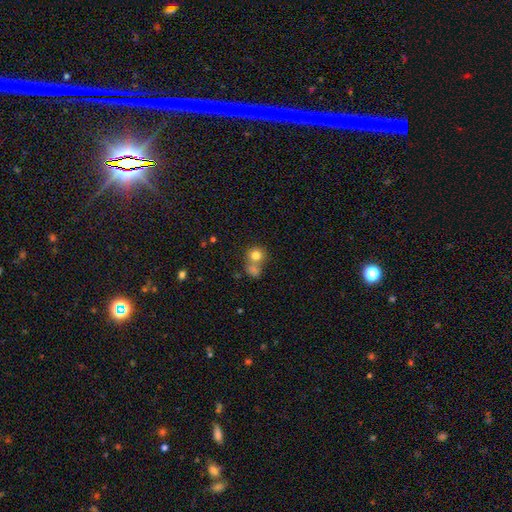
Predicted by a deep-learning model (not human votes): Q: Smooth or featured?
A: smooth (79%); runner-up: star or artifact (11%)
Q: How rounded?
A: round (86%); runner-up: in between (13%)
Q: Merging?
A: none (48%); runner-up: merger (39%)